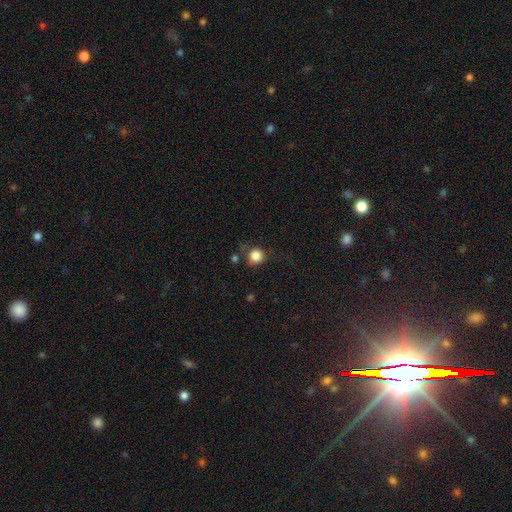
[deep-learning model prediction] The model was most divided on "merging": none: 73%, minor disturbance: 15%, major disturbance: 6%, merger: 5%. More confident: how rounded — round (91%); smooth or featured — smooth (84%).